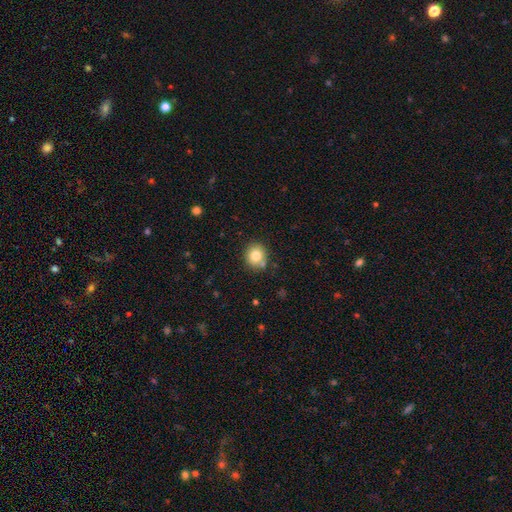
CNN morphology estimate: Smooth or featured?
  - smooth: 80% *
  - star or artifact: 11%
  - featured or disk: 9%
How rounded?
  - round: 81% *
  - in between: 18%
  - cigar-shaped: 1%
Merging?
  - none: 80% *
  - minor disturbance: 11%
  - merger: 7%
  - major disturbance: 3%